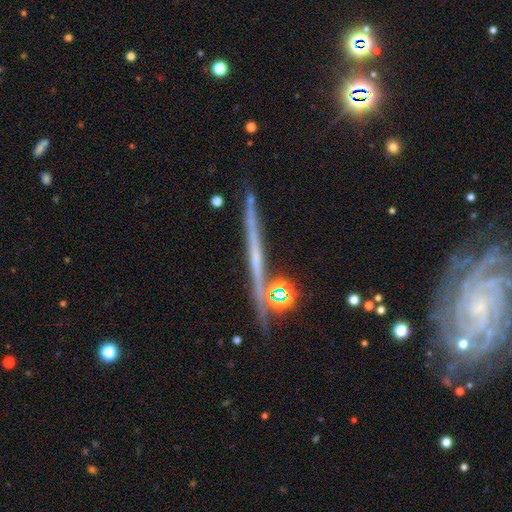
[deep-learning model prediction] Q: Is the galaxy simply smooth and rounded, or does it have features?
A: featured or disk — 72%.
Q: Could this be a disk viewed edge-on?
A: yes — 92%.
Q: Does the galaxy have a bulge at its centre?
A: none — 75%.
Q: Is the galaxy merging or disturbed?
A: none — 76%.